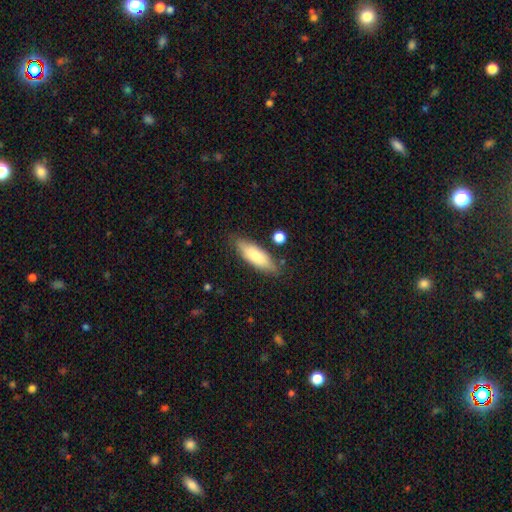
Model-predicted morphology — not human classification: Smooth or featured? Predicted: smooth (p=0.75). How rounded? Predicted: in between (p=0.55). Merging? Predicted: none (p=0.79).